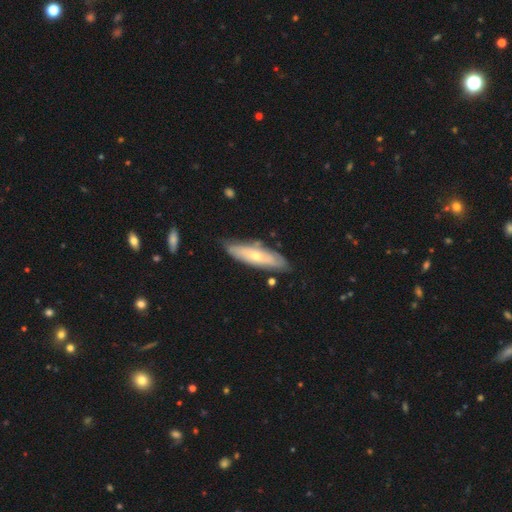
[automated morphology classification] This appears to be a featured or disk galaxy (51%). Merging: none (77%).